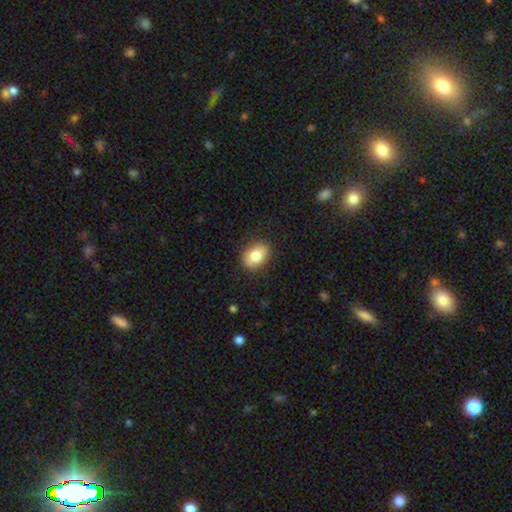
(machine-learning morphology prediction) The model was most divided on "how rounded": in between: 78%, round: 20%, cigar-shaped: 1%. More confident: merging — none (86%); smooth or featured — smooth (81%).